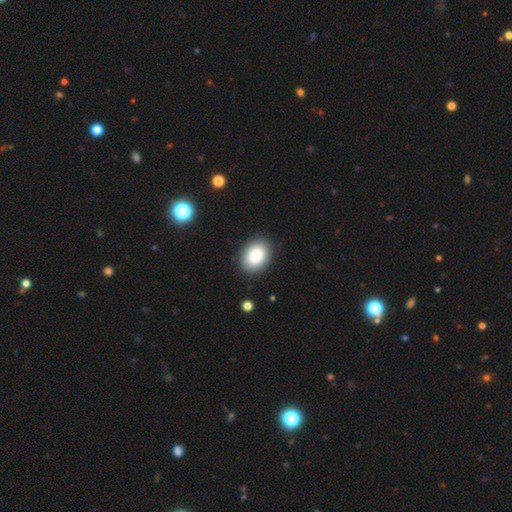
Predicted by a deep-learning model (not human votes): This is clearly a smooth galaxy (86%). How rounded: likely in between (67%). Merging: clearly none (88%).